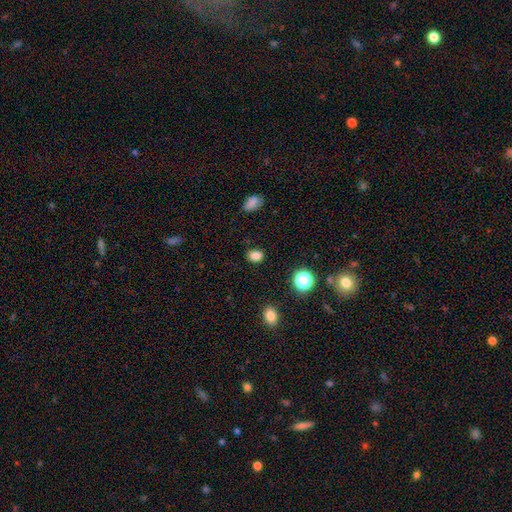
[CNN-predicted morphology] The model was most divided on "how rounded": in between: 61%, round: 38%, cigar-shaped: 1%. More confident: merging — none (86%); smooth or featured — smooth (83%).